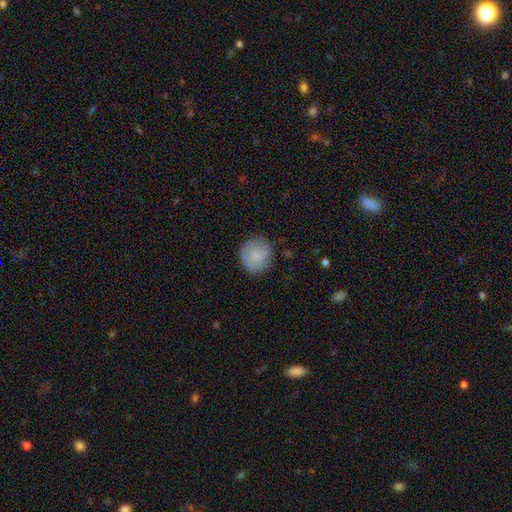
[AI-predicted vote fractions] A smooth galaxy with no disk features (75%) that is round (85%).

Vote fractions:
- Smooth or featured? smooth: 75% / featured or disk: 17% / star or artifact: 8%
- How rounded? round: 85% / in between: 14% / cigar-shaped: 1%
- Merging? none: 78% / minor disturbance: 16% / major disturbance: 4% / merger: 1%